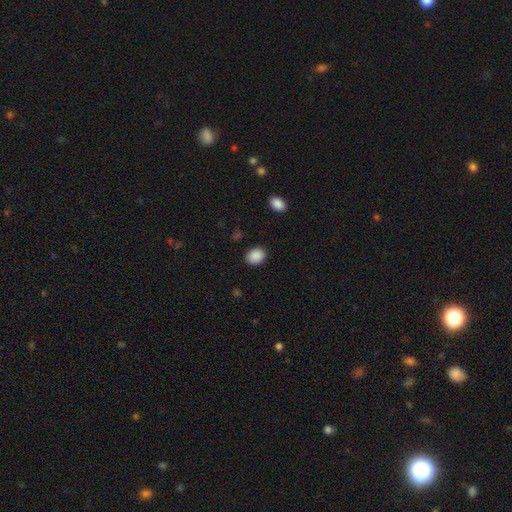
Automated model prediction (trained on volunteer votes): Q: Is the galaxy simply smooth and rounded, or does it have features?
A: smooth — 89%.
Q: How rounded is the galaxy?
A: in between — 52%.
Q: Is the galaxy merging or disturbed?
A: none — 88%.